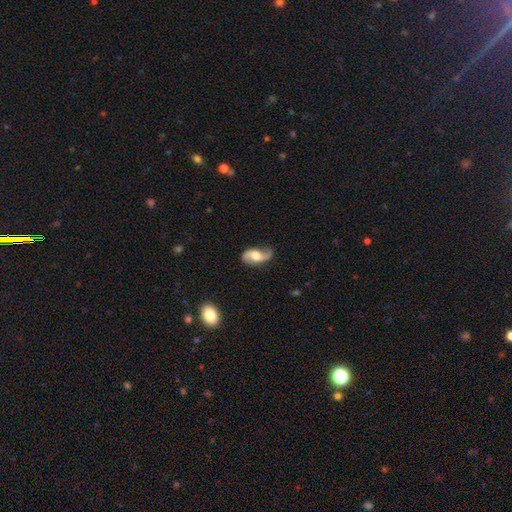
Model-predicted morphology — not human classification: This is clearly a featured or disk galaxy (81%). It is clearly not viewed edge-on (96%). Bar: possibly no (56%). Spiral arm pattern: clearly yes (95%). Spiral arm count: clearly 2 (91%). Spiral winding: likely loose (65%). Central bulge: possibly moderate (57%). Merging: likely none (73%).